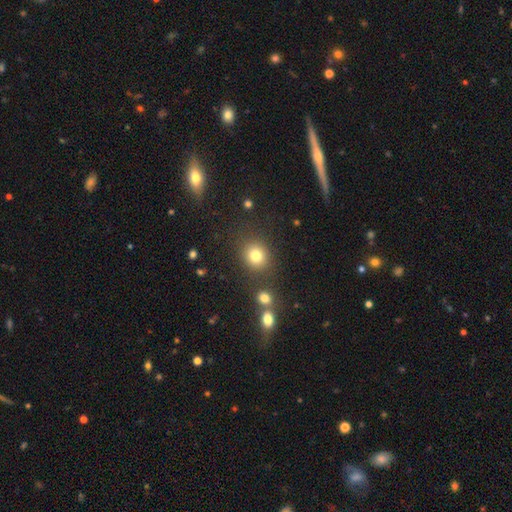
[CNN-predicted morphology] smooth_or_featured: smooth (p=0.79) [alt: star or artifact p=0.14]
how_rounded: round (p=0.79) [alt: in between p=0.20]
merging: none (p=0.81) [alt: minor disturbance p=0.09]